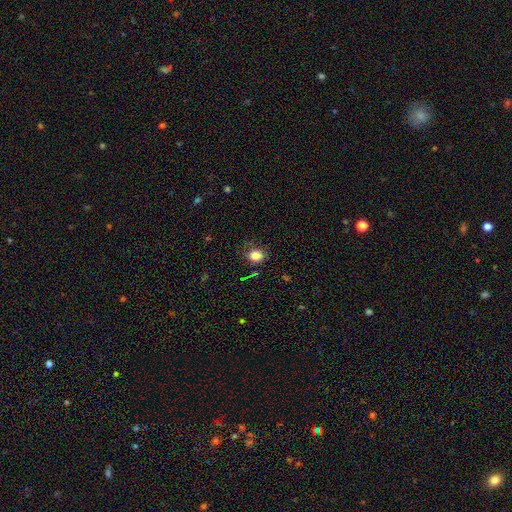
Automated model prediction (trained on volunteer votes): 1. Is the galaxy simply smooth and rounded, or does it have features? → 82% smooth, 12% star or artifact, 7% featured or disk.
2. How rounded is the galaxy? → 61% round, 38% in between, 1% cigar-shaped.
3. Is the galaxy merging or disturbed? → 74% none, 18% minor disturbance, 6% major disturbance, 2% merger.